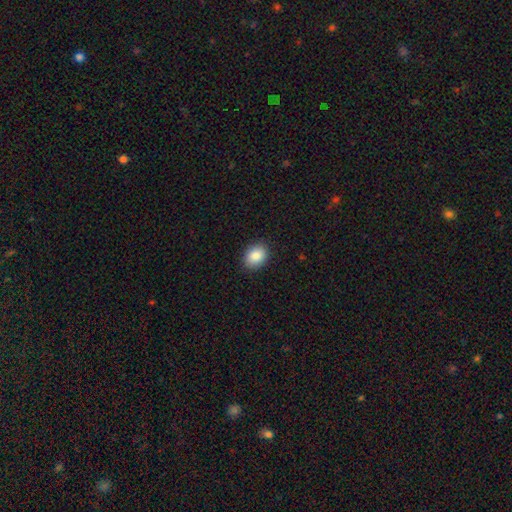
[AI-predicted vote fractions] Smooth or featured? Predicted: smooth (p=0.87). How rounded? Predicted: in between (p=0.61). Merging? Predicted: none (p=0.89).